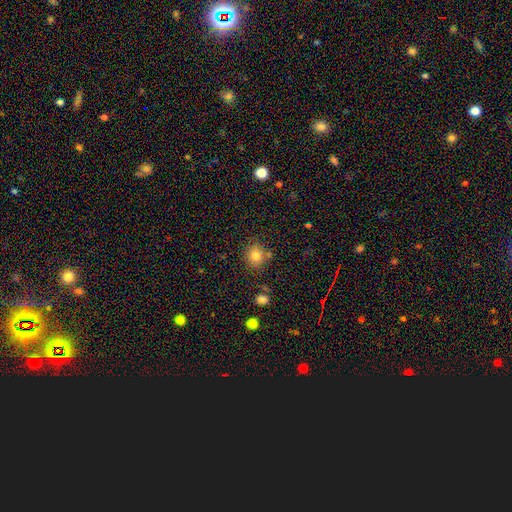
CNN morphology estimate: Overall: smooth (81%). How rounded: round (77%). Merging: none (77%).